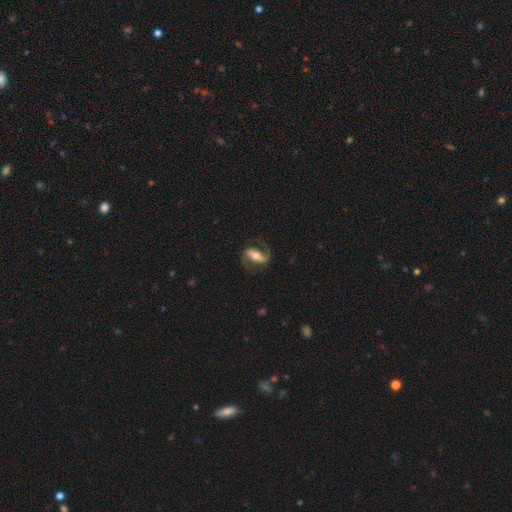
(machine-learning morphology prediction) type=featured or disk (80%); edge-on=no (93%); bar=strong (56%); spiral arms=yes (93%); winding=medium (44%); arm count=2 (88%); bulge=moderate (57%); merging=none (72%).